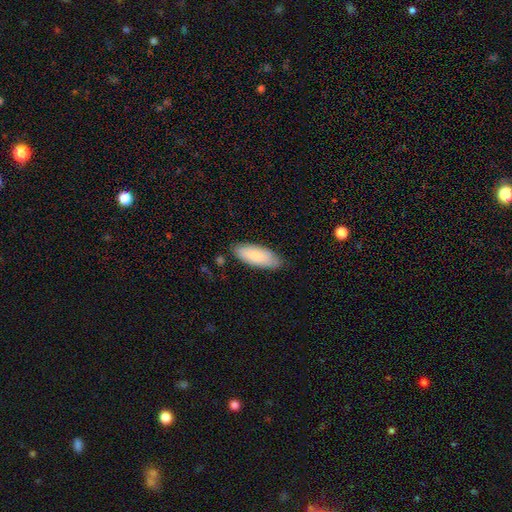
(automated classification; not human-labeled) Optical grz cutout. It shows a smooth galaxy with no disk features (80%) that is in between round and cigar-shaped (77%). Merging: none (80%).